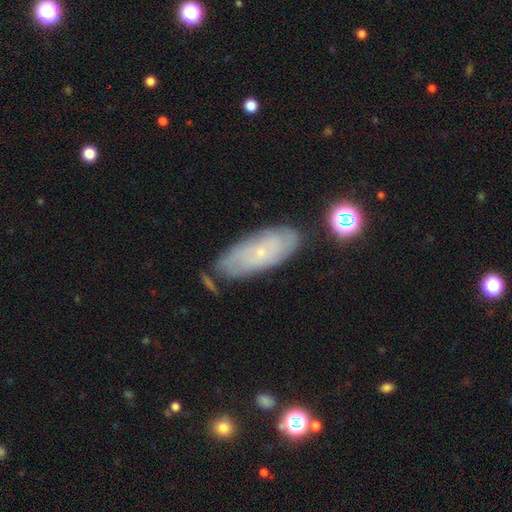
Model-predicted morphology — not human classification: Smooth or featured?
  - featured or disk: 58% *
  - smooth: 32%
  - star or artifact: 9%
Edge-on disk?
  - no: 85% *
  - yes: 15%
Merging?
  - none: 75% *
  - minor disturbance: 18%
  - major disturbance: 4%
  - merger: 3%